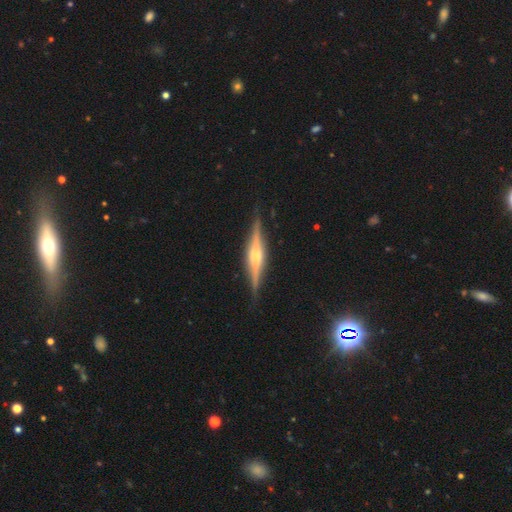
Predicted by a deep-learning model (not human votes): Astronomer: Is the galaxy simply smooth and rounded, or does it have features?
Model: featured or disk — 80%.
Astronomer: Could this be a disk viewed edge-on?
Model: yes — 98%.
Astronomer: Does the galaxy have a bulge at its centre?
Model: rounded — 77%.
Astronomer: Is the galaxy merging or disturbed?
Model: none — 88%.